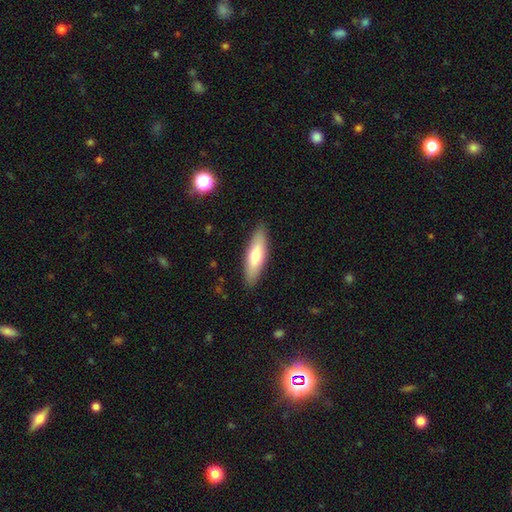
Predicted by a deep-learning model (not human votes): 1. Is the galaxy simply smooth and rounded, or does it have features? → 68% smooth, 26% featured or disk, 6% star or artifact.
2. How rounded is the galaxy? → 57% cigar-shaped, 41% in between, 2% round.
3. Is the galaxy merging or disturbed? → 89% none, 9% minor disturbance, 2% major disturbance, 1% merger.